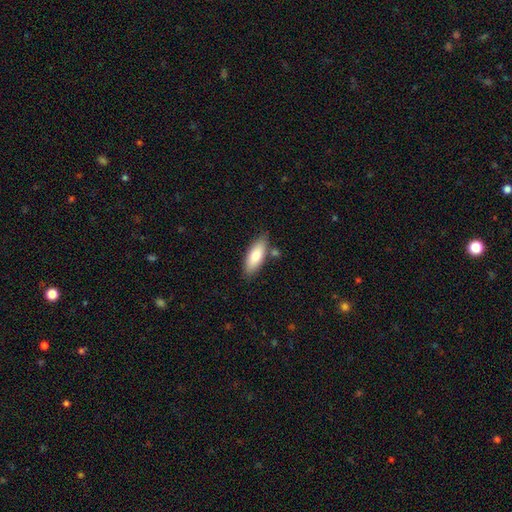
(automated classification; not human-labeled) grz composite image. It shows a smooth galaxy with no disk features (77%) that is in between round and cigar-shaped (71%). Merging: none (77%).